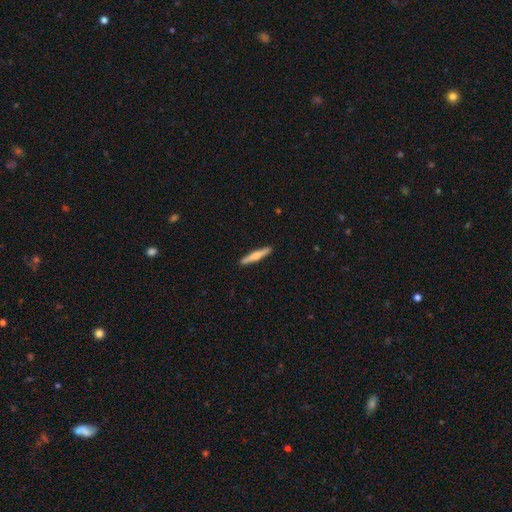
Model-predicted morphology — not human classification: Q: Smooth or featured?
A: smooth (54%); runner-up: featured or disk (41%)
Q: How rounded?
A: cigar-shaped (93%); runner-up: in between (5%)
Q: Merging?
A: none (91%); runner-up: minor disturbance (7%)